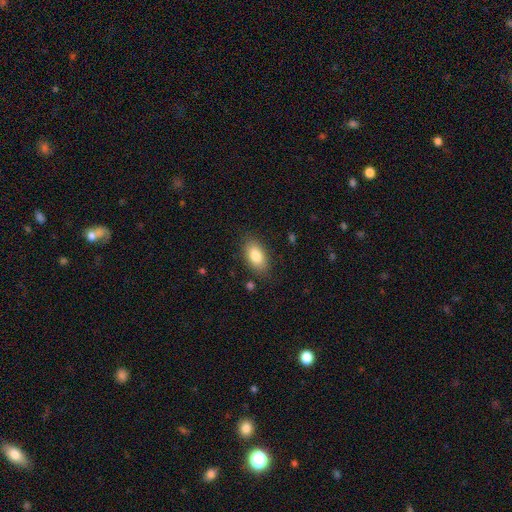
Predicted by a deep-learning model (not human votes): smooth-or-featured: smooth: 84% | featured or disk: 9% | star or artifact: 7%
  how-rounded: in between: 91% | round: 5% | cigar-shaped: 4%
  merging: none: 84% | minor disturbance: 12% | major disturbance: 3% | merger: 1%